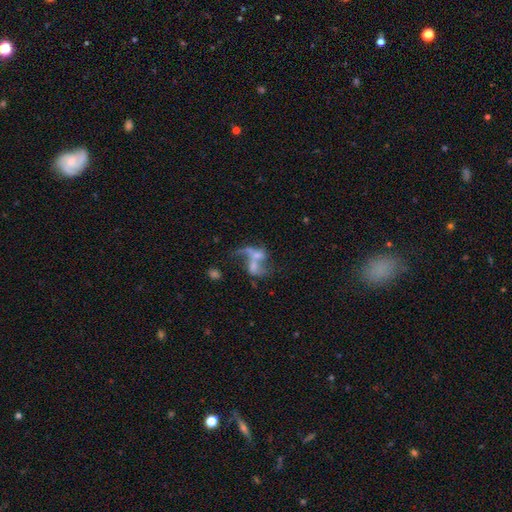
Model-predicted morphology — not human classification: featured or disk 62%, smooth 23%, star or artifact 14%. Down the decision tree: edge-on disk — no (96%); bar — no (65%); spiral arms — yes (57%); bulge size — small (32%); merging — merger (54%).